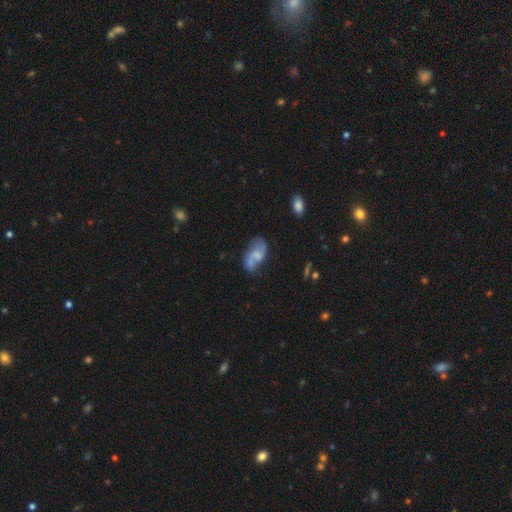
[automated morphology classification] type=featured or disk (64%); edge-on=no (96%); bar=no (55%); spiral arms=yes (81%); bulge=small (38%); merging=none (45%).